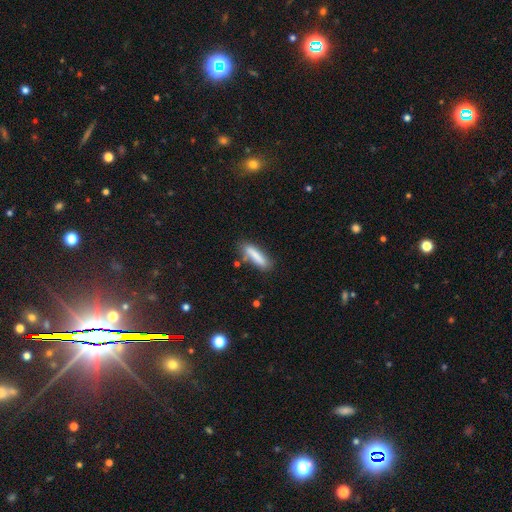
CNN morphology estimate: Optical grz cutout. It shows a smooth galaxy with no disk features (81%) that is cigar-shaped (73%). Merging: none (74%).